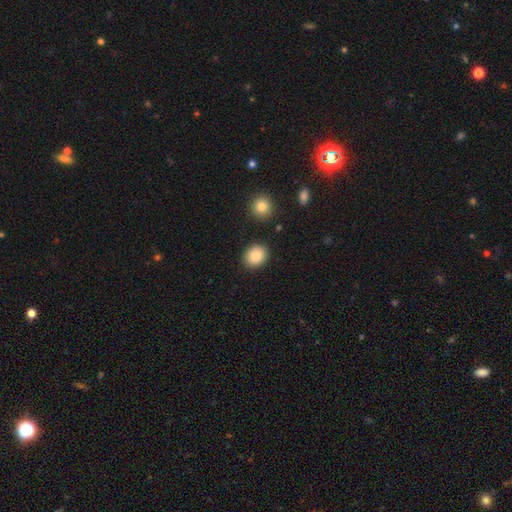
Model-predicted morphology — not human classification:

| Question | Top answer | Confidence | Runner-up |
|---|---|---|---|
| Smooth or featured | smooth | 87% | star or artifact (8%) |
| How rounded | round | 53% | in between (46%) |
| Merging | none | 87% | minor disturbance (8%) |